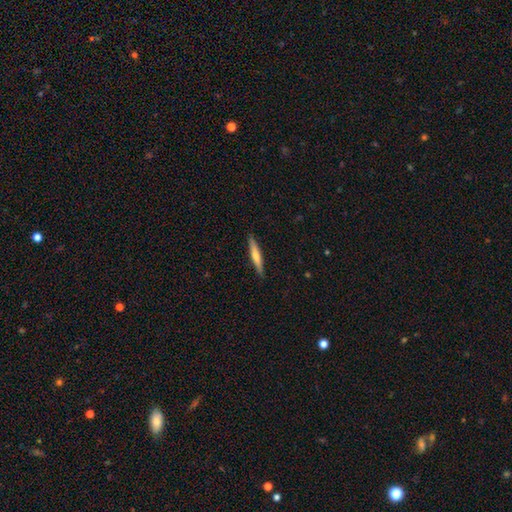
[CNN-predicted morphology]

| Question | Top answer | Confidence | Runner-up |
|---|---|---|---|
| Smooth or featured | smooth | 47% | tied: featured or disk (47%) |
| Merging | none | 90% | minor disturbance (7%) |